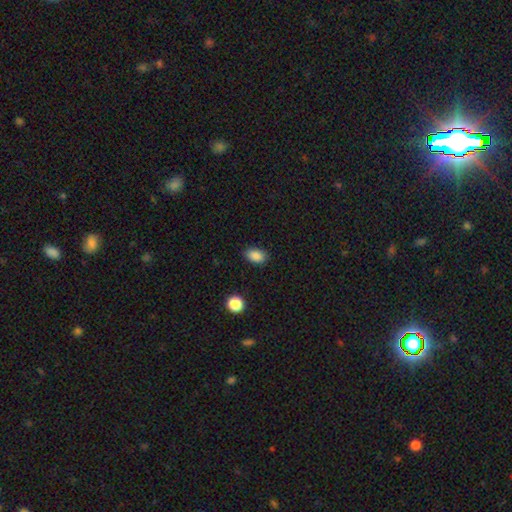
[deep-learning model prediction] The model was most divided on "how rounded": in between: 85%, round: 14%, cigar-shaped: 1%. More confident: smooth or featured — smooth (87%); merging — none (86%).